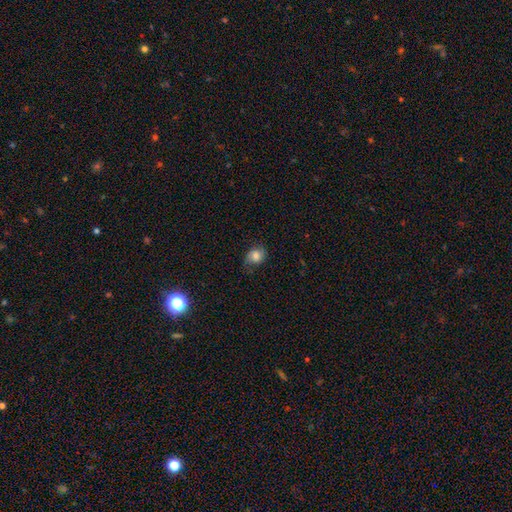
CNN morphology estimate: Overall: smooth (72%). How rounded: round (52%; in between 47%). Merging: none (62%; minor disturbance 27%).